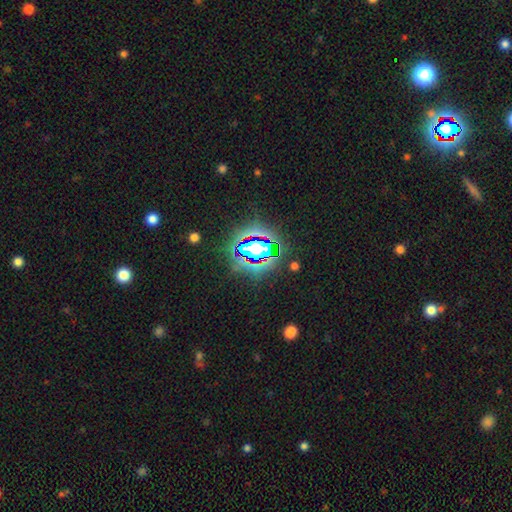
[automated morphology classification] Overall: star or artifact (80%).